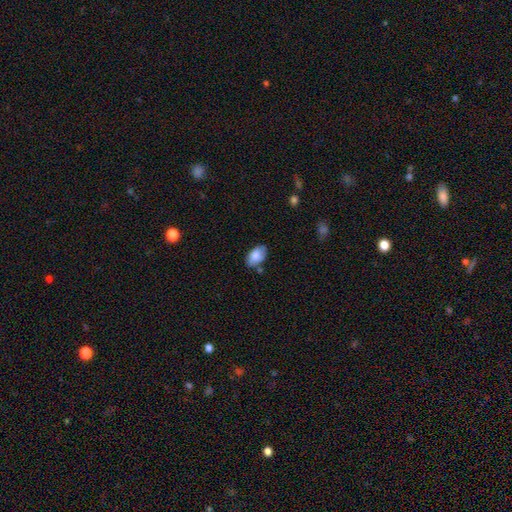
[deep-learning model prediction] Overall: smooth (79%). How rounded: in between (92%). Merging: none (70%).